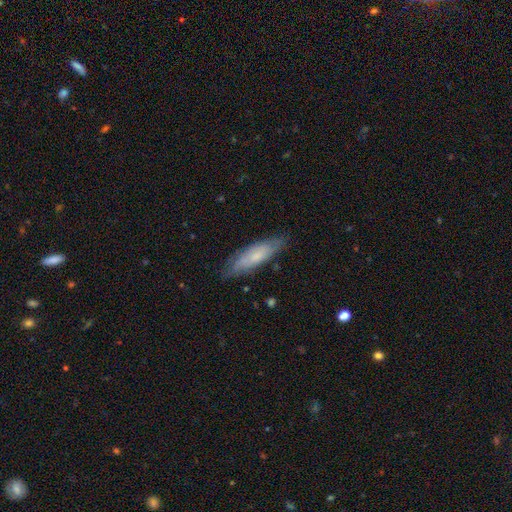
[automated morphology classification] The model was most divided on "smooth or featured": smooth: 56%, featured or disk: 37%, star or artifact: 7%. More confident: merging — none (81%); how rounded — cigar-shaped (61%).